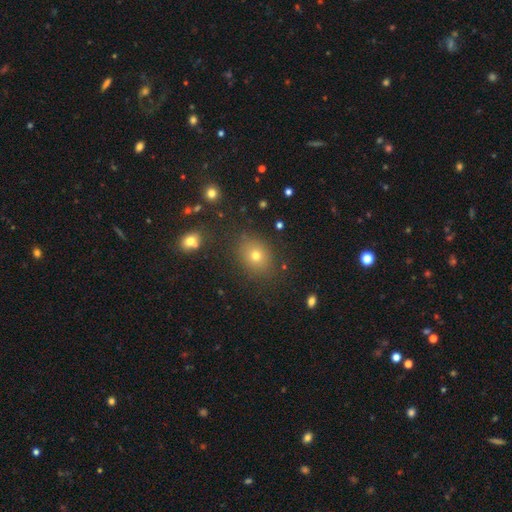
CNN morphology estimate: The model was most divided on "how rounded": round: 50%, in between: 49%, cigar-shaped: 1%. More confident: merging — none (83%); smooth or featured — smooth (71%).